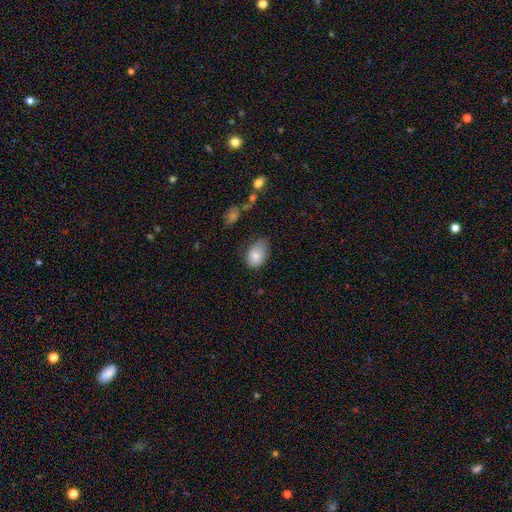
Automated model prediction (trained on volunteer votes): Overall: smooth (80%). How rounded: in between (84%). Merging: none (53%; minor disturbance 35%).